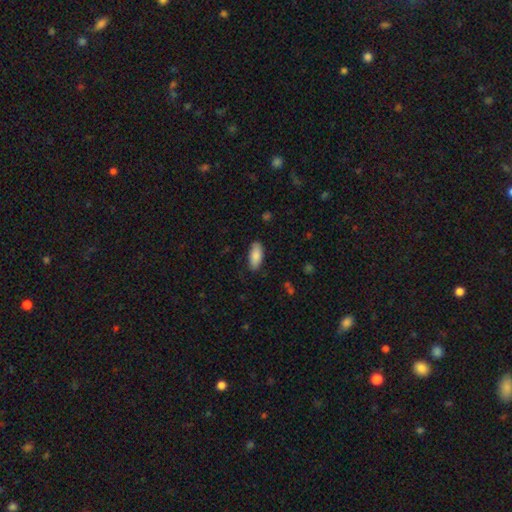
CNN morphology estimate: This is clearly a smooth galaxy (87%). How rounded: clearly in between (86%). Merging: clearly none (84%).